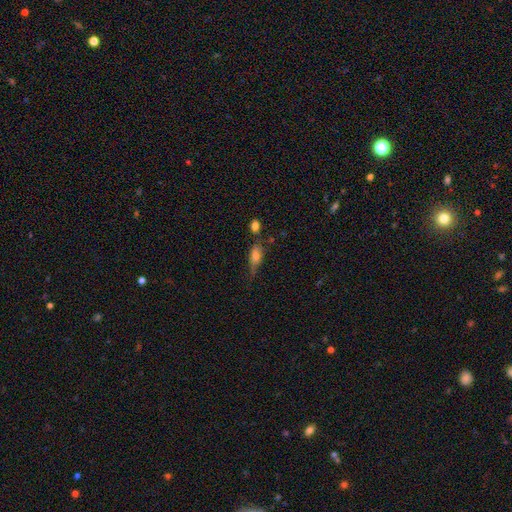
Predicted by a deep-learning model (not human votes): This is likely a smooth galaxy (67%). How rounded: likely in between (73%). Merging: marginally none (43%).